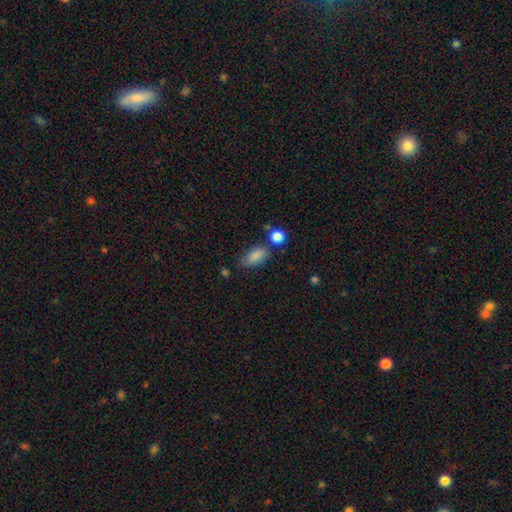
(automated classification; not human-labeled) A smooth galaxy with no disk features (85%) that is in between round and cigar-shaped (89%). Merging: none (62%).